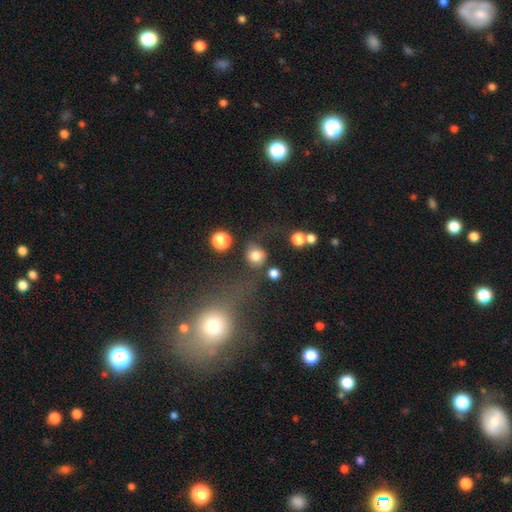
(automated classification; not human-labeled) Smooth or featured? smooth (74%)
How rounded? round (79%)
Merging? none (57%)